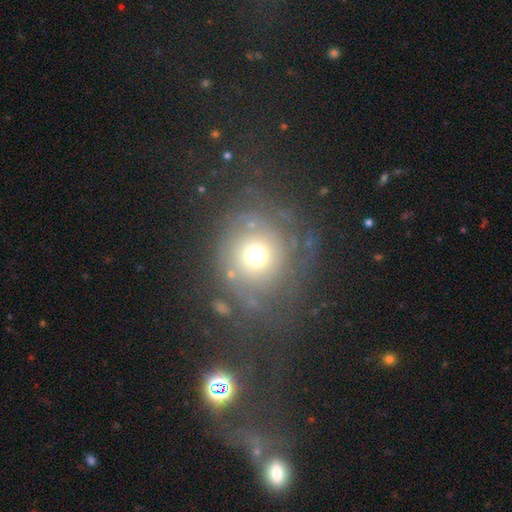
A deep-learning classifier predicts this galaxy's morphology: Smooth or featured?
  - featured or disk: 43% *
  - smooth: 42%
  - star or artifact: 15%
Merging?
  - none: 63% *
  - minor disturbance: 17%
  - major disturbance: 17%
  - merger: 3%